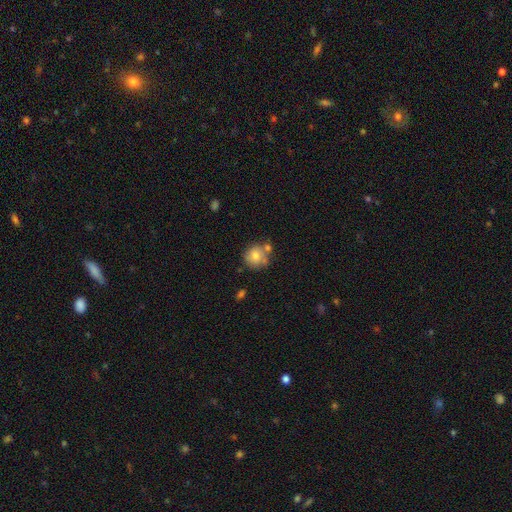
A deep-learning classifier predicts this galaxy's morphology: Overall: smooth (76%). How rounded: round (88%). Merging: none (60%).